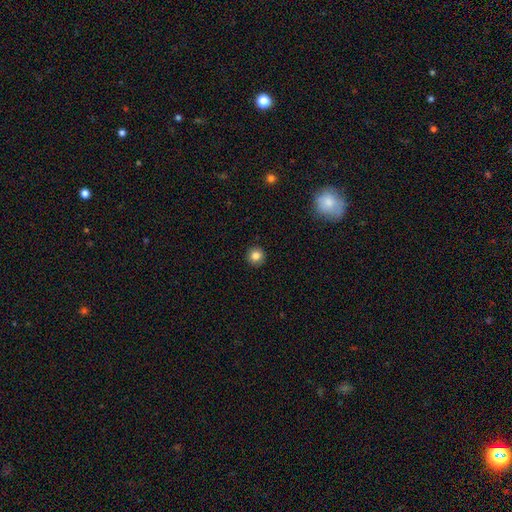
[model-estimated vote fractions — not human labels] Q: Smooth or featured?
A: smooth (84%); runner-up: star or artifact (11%)
Q: How rounded?
A: round (95%); runner-up: in between (4%)
Q: Merging?
A: none (93%); runner-up: minor disturbance (5%)